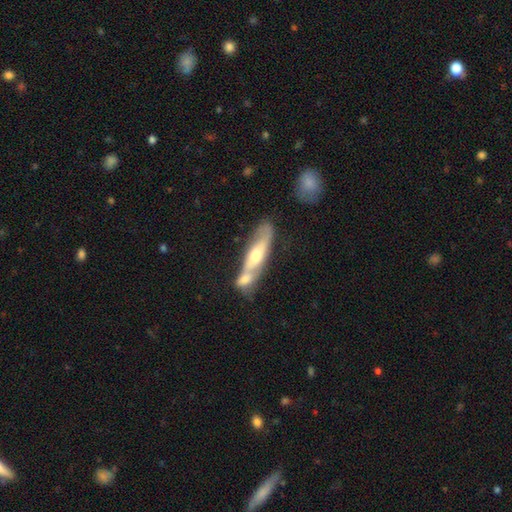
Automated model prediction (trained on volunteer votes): Overall: featured or disk (56%; smooth 39%). Edge-on disk: no (53%; yes 47%). Merging: merger (49%; none 33%).